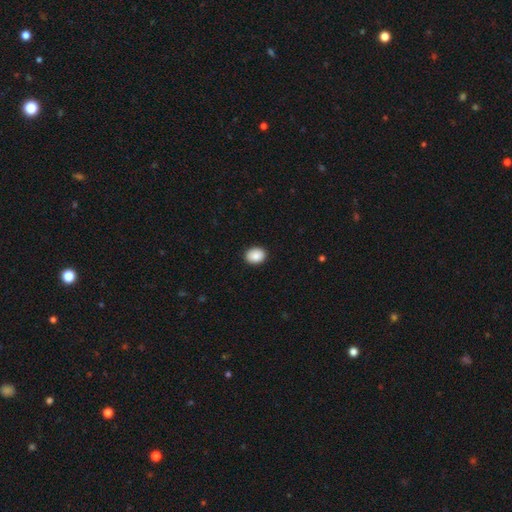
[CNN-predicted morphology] smooth_or_featured: smooth (p=0.89) [alt: star or artifact p=0.07]
how_rounded: in between (p=0.50) [alt: round p=0.49]
merging: none (p=0.91) [alt: minor disturbance p=0.06]